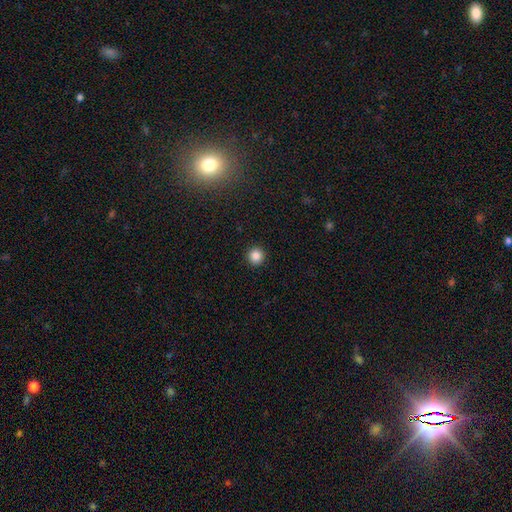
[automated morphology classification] Q: Smooth or featured?
A: smooth (85%); runner-up: star or artifact (11%)
Q: How rounded?
A: round (95%); runner-up: in between (4%)
Q: Merging?
A: none (93%); runner-up: minor disturbance (4%)